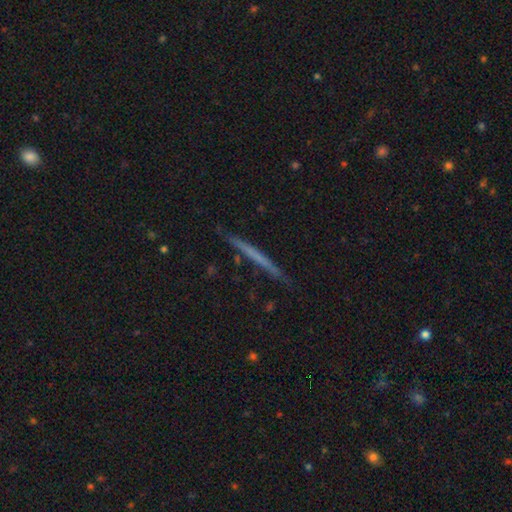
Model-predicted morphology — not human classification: Smooth or featured?
  - featured or disk: 50% *
  - smooth: 43%
  - star or artifact: 6%
Edge-on disk?
  - yes: 97% *
  - no: 3%
Merging?
  - none: 88% *
  - minor disturbance: 9%
  - major disturbance: 2%
  - merger: 1%